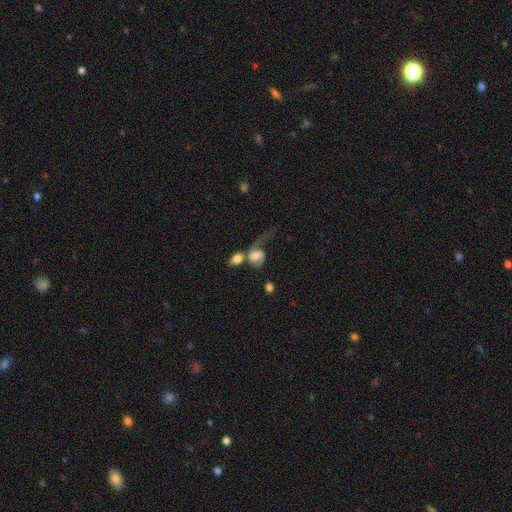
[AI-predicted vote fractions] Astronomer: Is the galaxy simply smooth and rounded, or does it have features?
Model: smooth — 48% (runner-up: featured or disk, 42%).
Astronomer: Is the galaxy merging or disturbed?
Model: merger — 48% (runner-up: major disturbance, 25%).